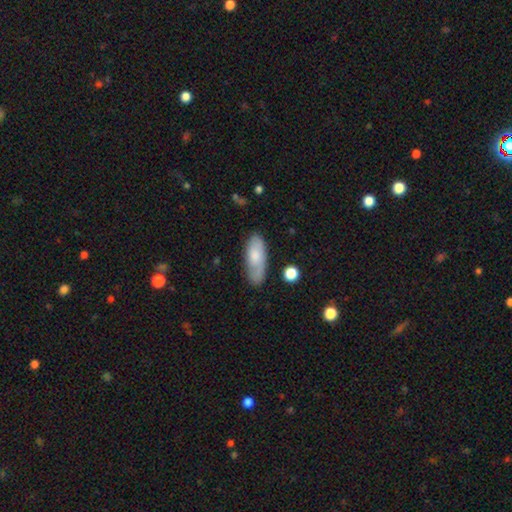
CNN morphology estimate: A smooth galaxy with no disk features (70%) that is in between round and cigar-shaped (77%).

Vote fractions:
- Smooth or featured? smooth: 70% / featured or disk: 23% / star or artifact: 6%
- How rounded? in between: 77% / cigar-shaped: 21% / round: 2%
- Merging? none: 68% / minor disturbance: 23% / major disturbance: 6% / merger: 3%